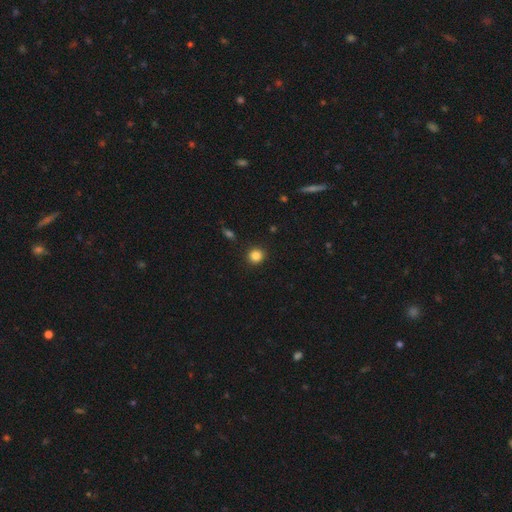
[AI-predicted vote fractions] smooth 84%, star or artifact 12%, featured or disk 4%. Down the decision tree: how rounded — round (91%); merging — none (91%).